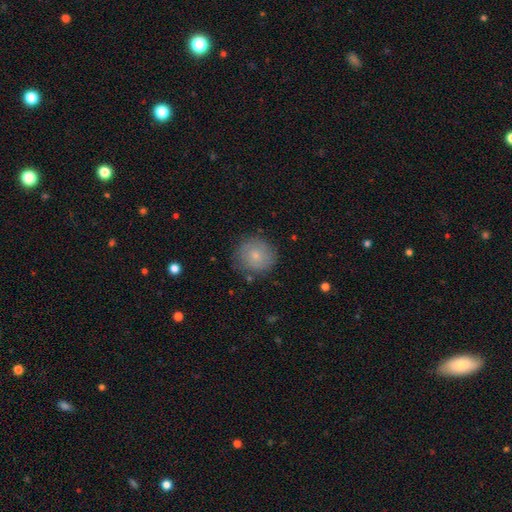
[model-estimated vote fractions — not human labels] Q: Smooth or featured?
A: smooth (72%); runner-up: featured or disk (20%)
Q: How rounded?
A: round (90%); runner-up: in between (9%)
Q: Merging?
A: none (81%); runner-up: minor disturbance (13%)